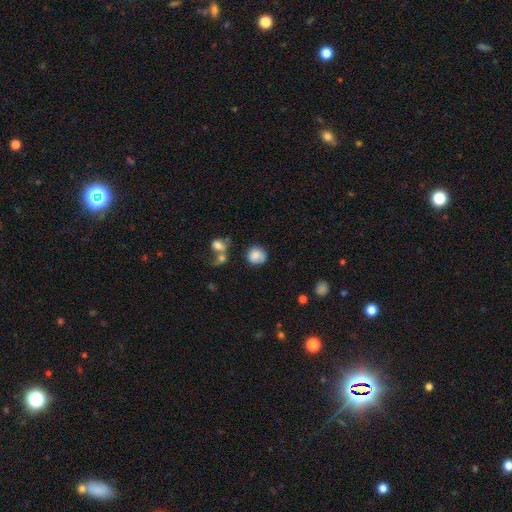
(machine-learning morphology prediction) This appears to be a smooth galaxy with no disk features (80%) that is round (84%). Merging: none (64%).